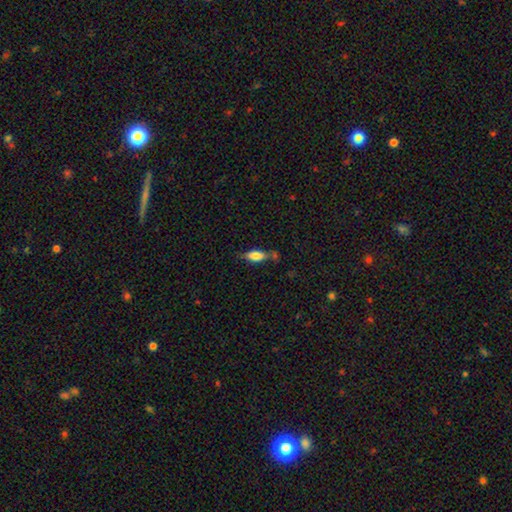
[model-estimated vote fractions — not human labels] Overall: smooth (77%). How rounded: in between (76%). Merging: none (57%; minor disturbance 23%).